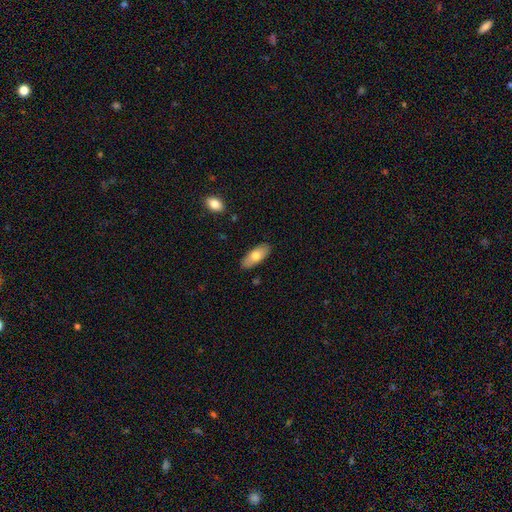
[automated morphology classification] This is likely a smooth galaxy (73%). How rounded: clearly in between (84%). Merging: clearly none (87%).